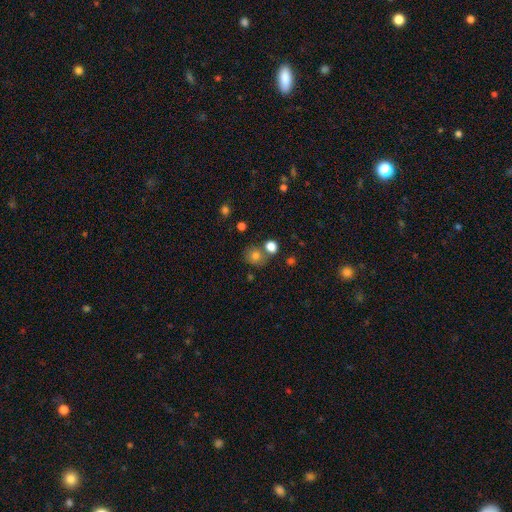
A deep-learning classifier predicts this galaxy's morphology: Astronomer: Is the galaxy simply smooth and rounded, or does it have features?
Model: smooth — 78%.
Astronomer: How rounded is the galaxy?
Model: round — 81%.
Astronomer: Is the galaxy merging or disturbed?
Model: none — 65%.